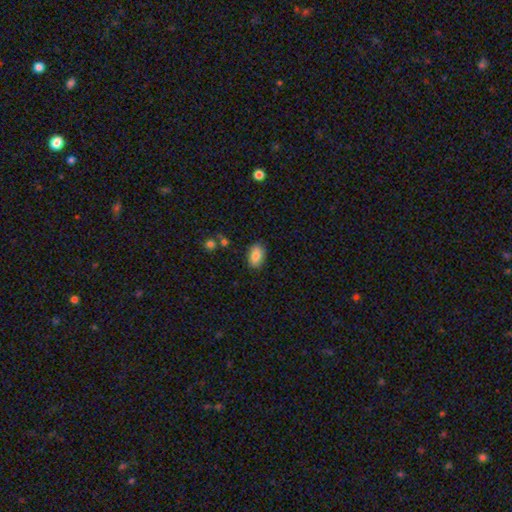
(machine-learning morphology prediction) This is clearly a smooth galaxy (85%). How rounded: clearly in between (89%). Merging: clearly none (84%).